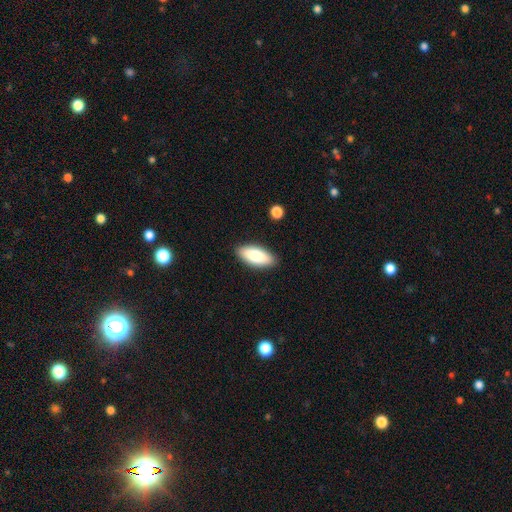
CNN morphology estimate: Q: Smooth or featured?
A: smooth (84%); runner-up: featured or disk (10%)
Q: How rounded?
A: in between (85%); runner-up: cigar-shaped (13%)
Q: Merging?
A: none (88%); runner-up: minor disturbance (9%)